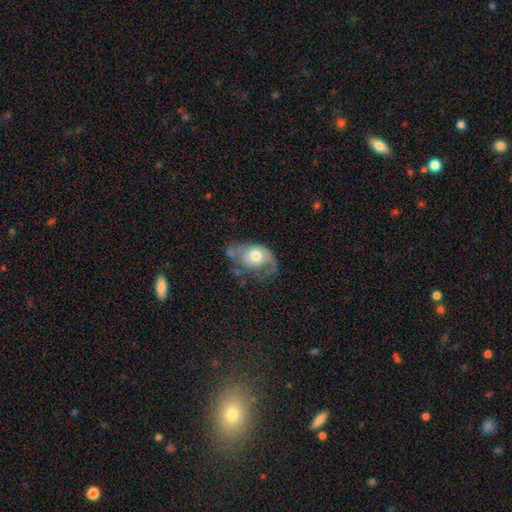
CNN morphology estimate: smooth_or_featured: smooth (p=0.53) [alt: featured or disk p=0.40]
how_rounded: in between (p=0.75) [alt: round p=0.24]
merging: major disturbance (p=0.34) [alt: minor disturbance p=0.33]